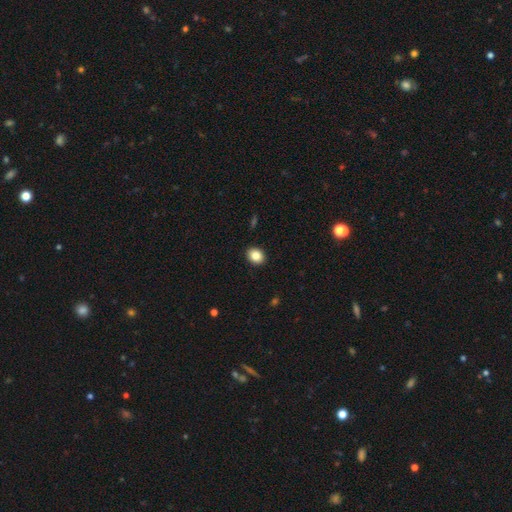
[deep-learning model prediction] Smooth or featured? Predicted: smooth (p=0.86). How rounded? Predicted: in between (p=0.50). Merging? Predicted: none (p=0.92).